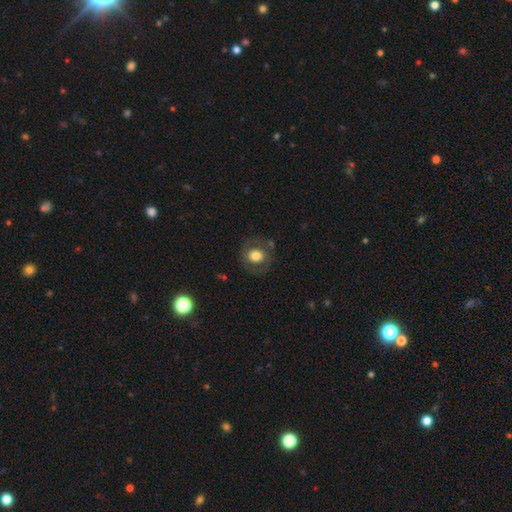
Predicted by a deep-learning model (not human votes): Morphology: type=smooth (67%); roundness=round (83%); merging=none (78%).